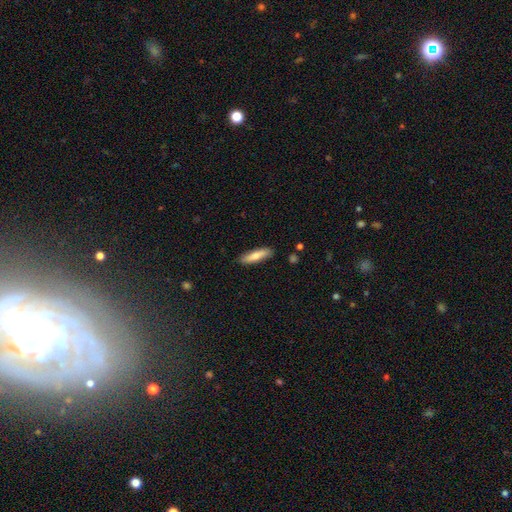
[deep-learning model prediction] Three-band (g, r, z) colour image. It shows a smooth galaxy with no disk features (74%) that is cigar-shaped (73%). Merging: none (87%).